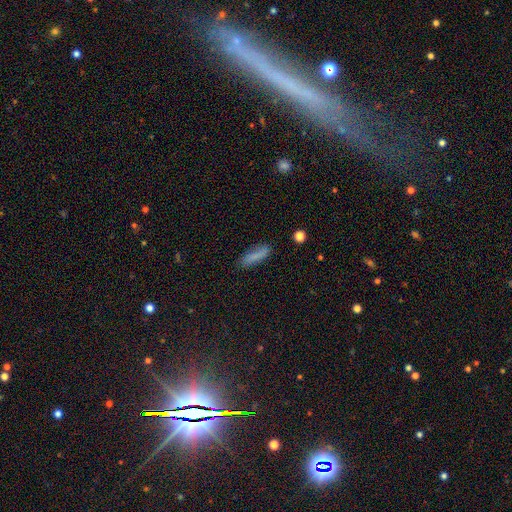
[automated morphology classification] Smooth or featured?
  - smooth: 79% *
  - featured or disk: 13%
  - star or artifact: 8%
How rounded?
  - cigar-shaped: 62% *
  - in between: 36%
  - round: 2%
Merging?
  - none: 78% *
  - minor disturbance: 16%
  - major disturbance: 4%
  - merger: 2%